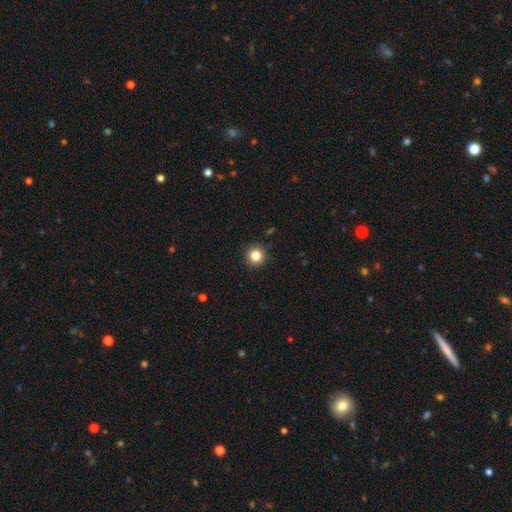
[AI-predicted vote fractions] Smooth or featured? Predicted: smooth (p=0.83). How rounded? Predicted: round (p=0.95). Merging? Predicted: none (p=0.92).